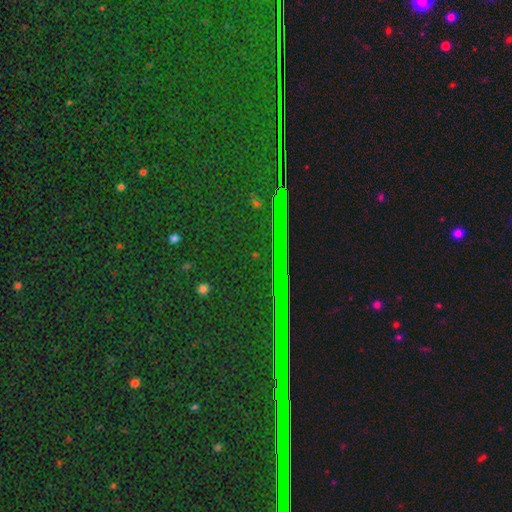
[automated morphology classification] Smooth or featured?
  - star or artifact: 83% *
  - smooth: 9%
  - featured or disk: 8%